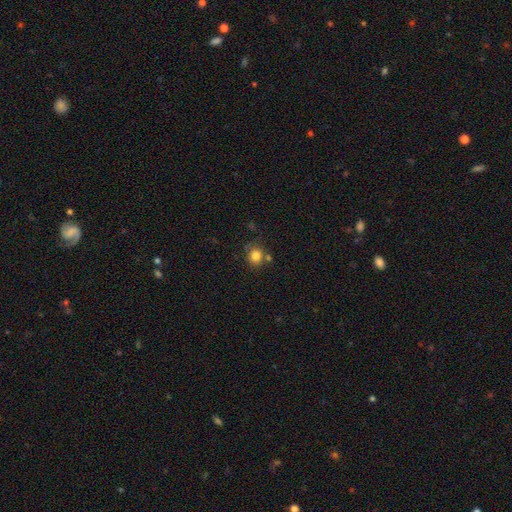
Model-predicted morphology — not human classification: smooth-or-featured: smooth: 81% | star or artifact: 11% | featured or disk: 7%
  how-rounded: round: 78% | in between: 21% | cigar-shaped: 1%
  merging: none: 68% | minor disturbance: 15% | merger: 13% | major disturbance: 5%